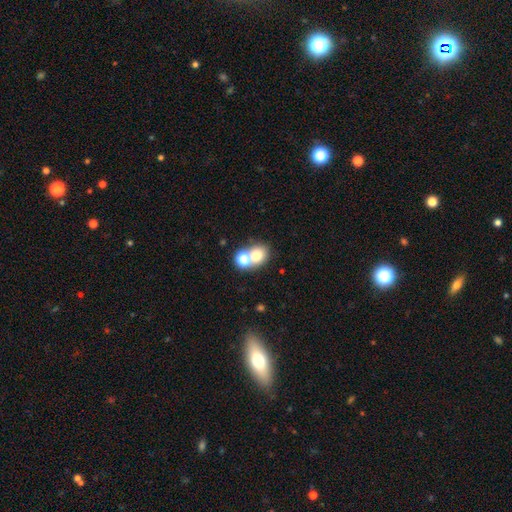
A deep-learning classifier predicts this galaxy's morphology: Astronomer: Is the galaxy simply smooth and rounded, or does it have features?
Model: smooth — 71%.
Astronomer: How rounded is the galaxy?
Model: round — 62%.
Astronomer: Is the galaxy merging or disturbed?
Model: merger — 48% (runner-up: none, 41%).